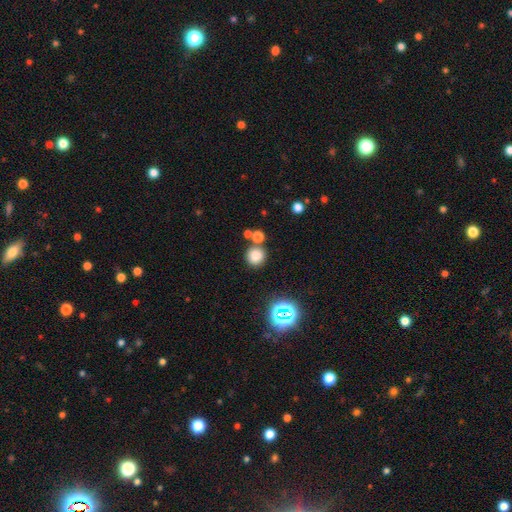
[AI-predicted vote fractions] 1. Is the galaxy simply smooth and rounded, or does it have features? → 78% smooth, 16% star or artifact, 6% featured or disk.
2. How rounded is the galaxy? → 93% round, 6% in between, 1% cigar-shaped.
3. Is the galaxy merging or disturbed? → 76% none, 13% merger, 8% minor disturbance, 3% major disturbance.